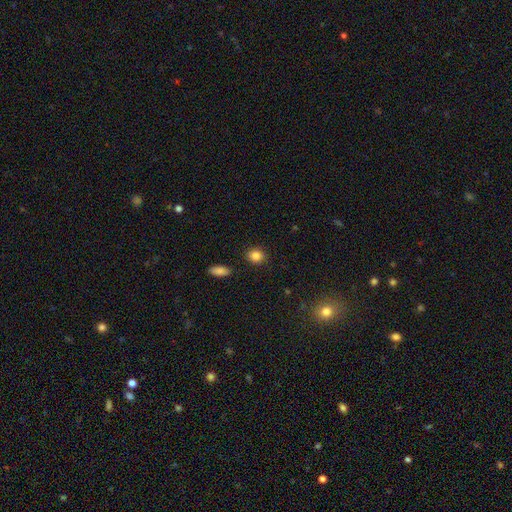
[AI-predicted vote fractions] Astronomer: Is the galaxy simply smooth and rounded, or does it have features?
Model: smooth — 86%.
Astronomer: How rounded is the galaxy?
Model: round — 73%.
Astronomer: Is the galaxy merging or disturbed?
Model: none — 88%.